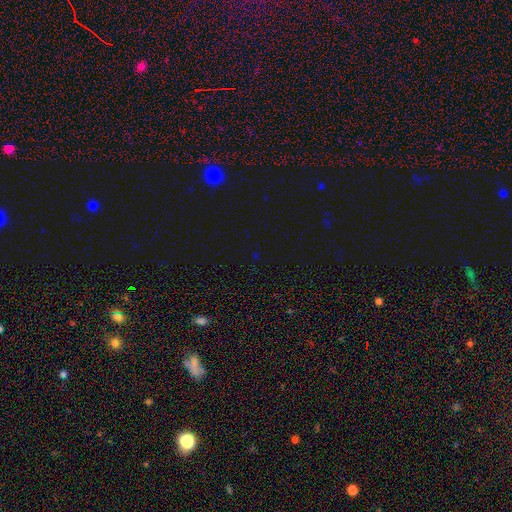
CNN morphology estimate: Smooth or featured?
  - star or artifact: 73% *
  - smooth: 20%
  - featured or disk: 7%